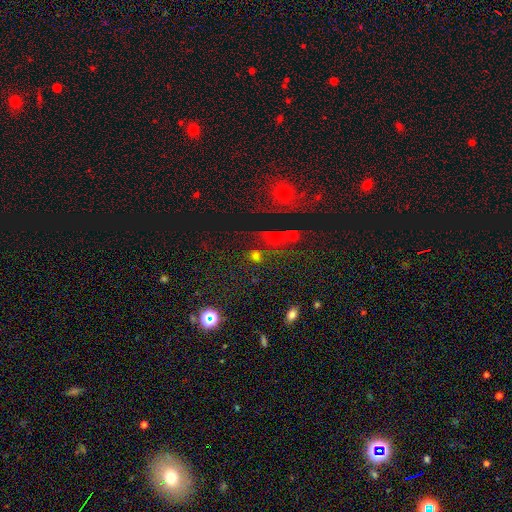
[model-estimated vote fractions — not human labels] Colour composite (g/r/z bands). It shows a smooth galaxy with no disk features (54%) that is round (76%). Merging: none (66%).